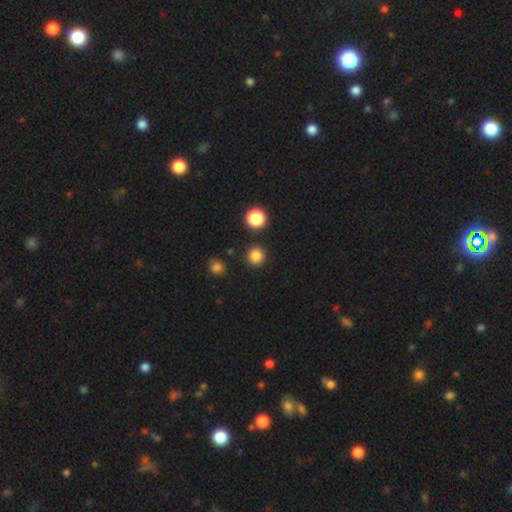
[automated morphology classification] Smooth or featured?
  - smooth: 83% *
  - star or artifact: 14%
  - featured or disk: 4%
How rounded?
  - round: 94% *
  - in between: 5%
  - cigar-shaped: 1%
Merging?
  - none: 90% *
  - minor disturbance: 5%
  - merger: 3%
  - major disturbance: 2%